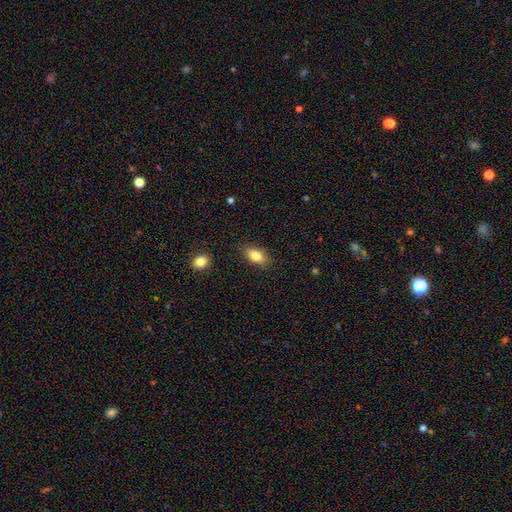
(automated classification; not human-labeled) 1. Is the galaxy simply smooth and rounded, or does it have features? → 83% smooth, 9% featured or disk, 8% star or artifact.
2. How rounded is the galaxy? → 88% in between, 7% cigar-shaped, 5% round.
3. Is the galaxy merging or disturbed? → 85% none, 11% minor disturbance, 3% major disturbance, 1% merger.